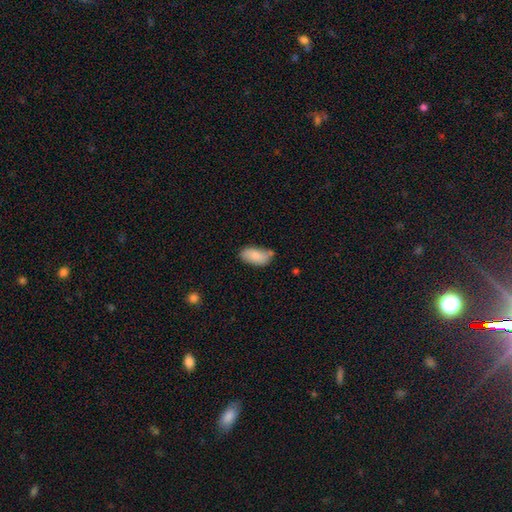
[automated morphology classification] The model was most divided on "merging": none: 63%, minor disturbance: 24%, merger: 9%, major disturbance: 5%. More confident: how rounded — in between (93%); smooth or featured — smooth (86%).